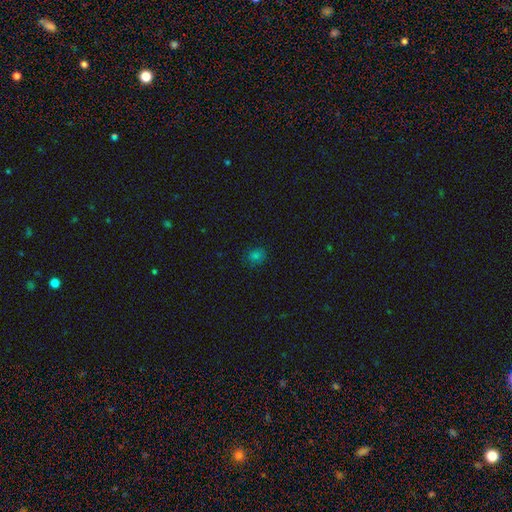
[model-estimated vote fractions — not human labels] The model was most divided on "how rounded": round: 72%, in between: 27%, cigar-shaped: 1%. More confident: merging — none (85%); smooth or featured — smooth (72%).